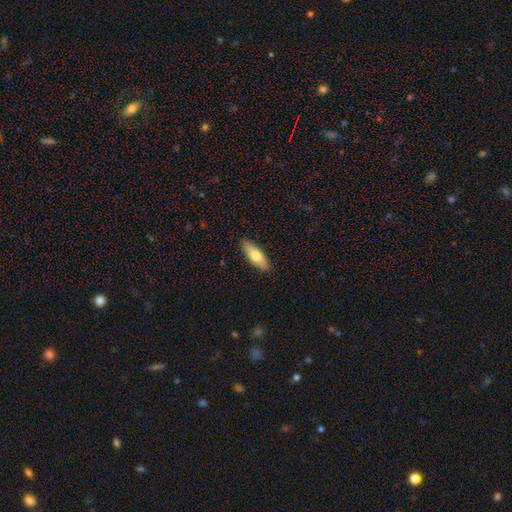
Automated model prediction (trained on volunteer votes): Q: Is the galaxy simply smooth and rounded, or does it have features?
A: smooth — 68%.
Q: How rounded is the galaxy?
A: in between — 66%.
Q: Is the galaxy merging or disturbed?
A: none — 89%.